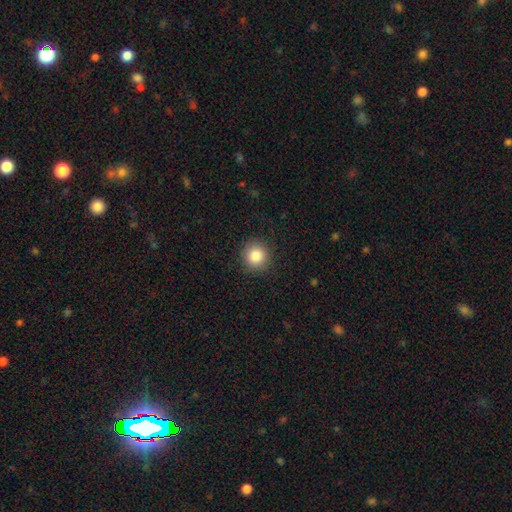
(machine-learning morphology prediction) Smooth or featured: smooth — 85% (star or artifact — 10%)
How rounded: round — 93% (in between — 6%)
Merging: none — 90% (minor disturbance — 7%)